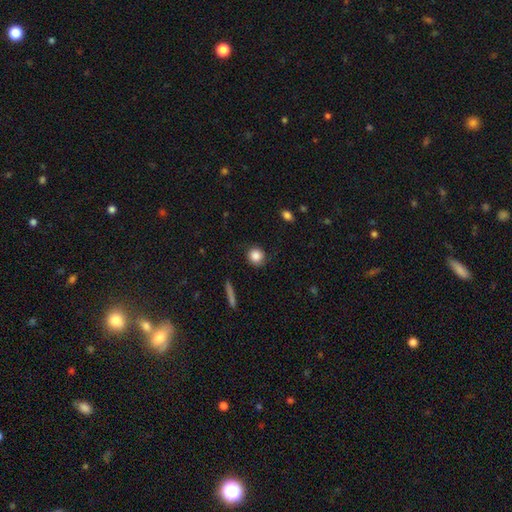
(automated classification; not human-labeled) smooth 84%, star or artifact 8%, featured or disk 8%. Down the decision tree: how rounded — round (88%); merging — none (79%).